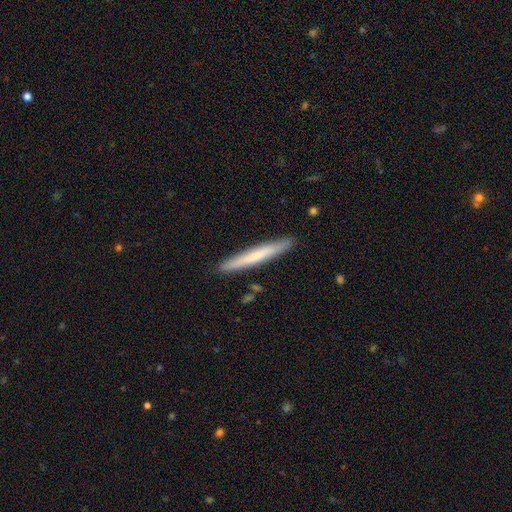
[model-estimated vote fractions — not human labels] smooth 61%, featured or disk 34%, star or artifact 5%. Down the decision tree: how rounded — cigar-shaped (96%); merging — none (90%).